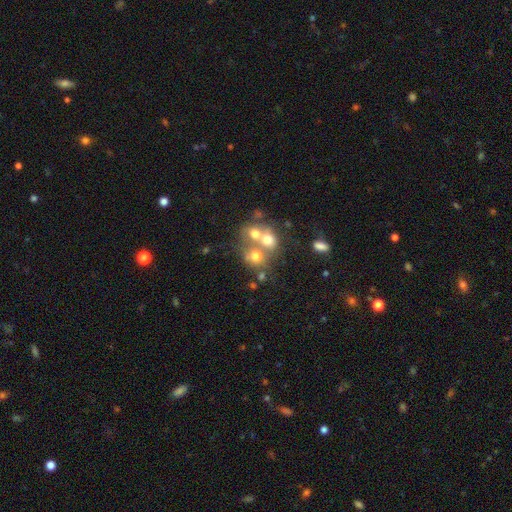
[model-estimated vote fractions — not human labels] smooth_or_featured: smooth (p=0.61) [alt: featured or disk p=0.24]
how_rounded: round (p=0.69) [alt: in between p=0.30]
merging: merger (p=0.57) [alt: none p=0.30]